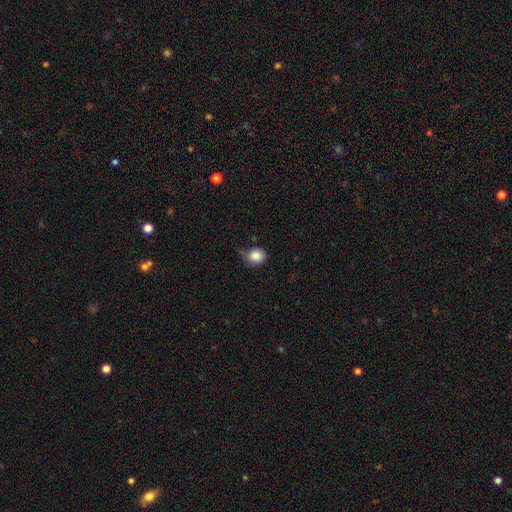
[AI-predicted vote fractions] Smooth or featured? smooth (84%)
How rounded? round (77%)
Merging? none (62%)